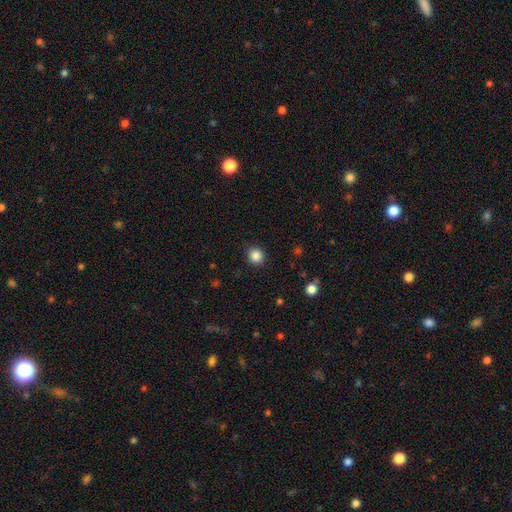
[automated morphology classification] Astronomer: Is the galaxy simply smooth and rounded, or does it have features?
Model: smooth — 86%.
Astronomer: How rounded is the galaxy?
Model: round — 88%.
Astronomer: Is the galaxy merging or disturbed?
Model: none — 90%.